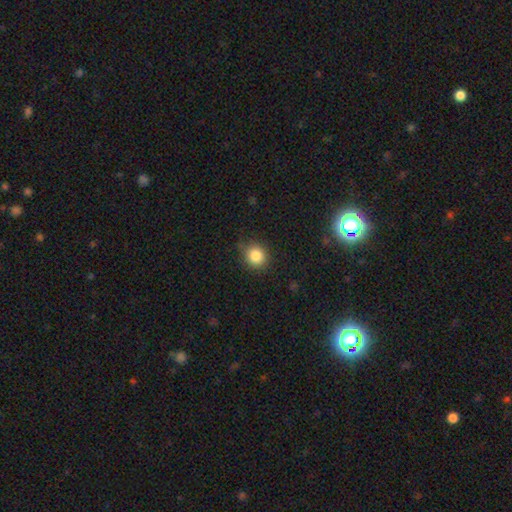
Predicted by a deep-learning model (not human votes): Q: Smooth or featured?
A: smooth (85%); runner-up: star or artifact (10%)
Q: How rounded?
A: round (84%); runner-up: in between (16%)
Q: Merging?
A: none (81%); runner-up: minor disturbance (14%)